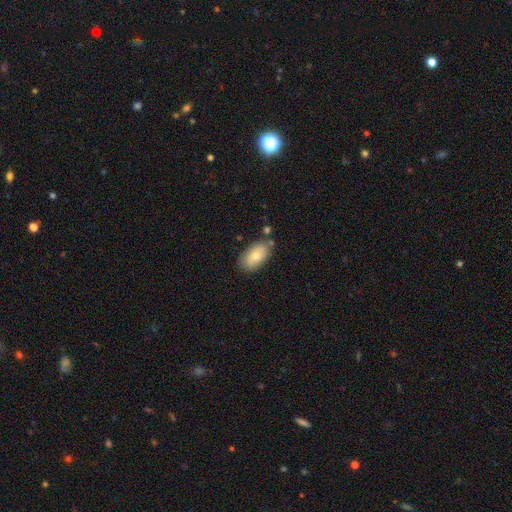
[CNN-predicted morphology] Overall: smooth (70%). How rounded: in between (92%). Merging: none (75%).